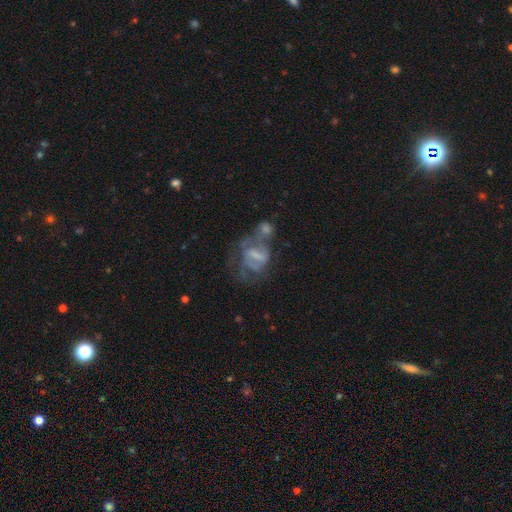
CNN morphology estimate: A featured or disk galaxy (67%) with a weak bar (45%), spiral arms (65%) and no central bulge (37%).

Vote fractions:
- Smooth or featured? featured or disk: 67% / smooth: 22% / star or artifact: 11%
- Edge-on disk? no: 96% / yes: 4%
- Bar? weak: 45% / strong: 32% / no: 23%
- Spiral arms? yes: 65% / no: 35%
- Bulge size? none: 37% / small: 32% / moderate: 25% / large: 5% / dominant: 1%
- Merging? merger: 40% / major disturbance: 26% / none: 21% / minor disturbance: 13%